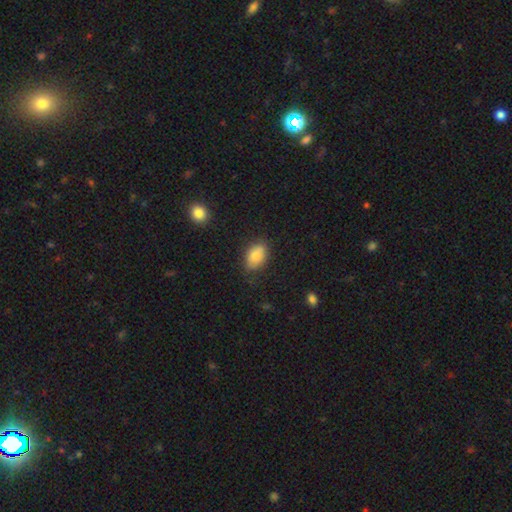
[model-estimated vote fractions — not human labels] Smooth or featured?
  - smooth: 83% *
  - featured or disk: 10%
  - star or artifact: 8%
How rounded?
  - in between: 90% *
  - round: 8%
  - cigar-shaped: 2%
Merging?
  - none: 77% *
  - minor disturbance: 17%
  - major disturbance: 4%
  - merger: 2%